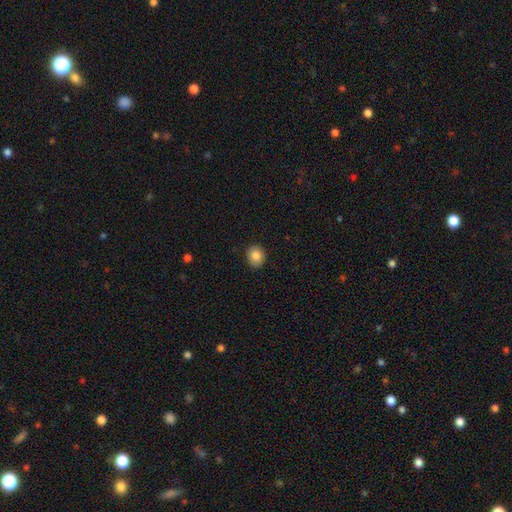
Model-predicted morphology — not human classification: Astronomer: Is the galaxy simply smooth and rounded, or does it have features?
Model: smooth — 84%.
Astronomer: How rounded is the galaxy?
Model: round — 67%.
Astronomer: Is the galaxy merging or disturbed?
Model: none — 89%.